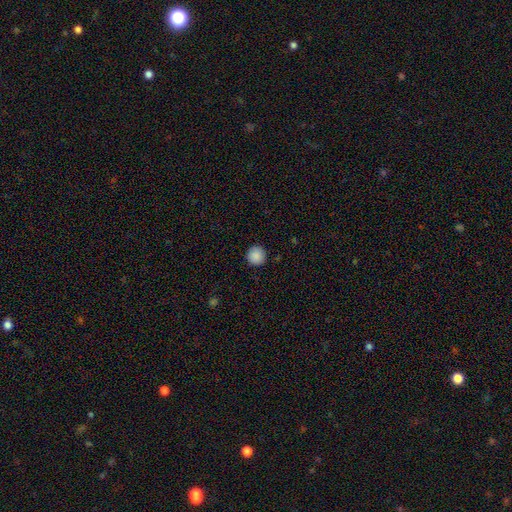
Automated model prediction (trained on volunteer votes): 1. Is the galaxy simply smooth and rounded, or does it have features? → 89% smooth, 9% star or artifact, 3% featured or disk.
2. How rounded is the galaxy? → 95% round, 4% in between, 1% cigar-shaped.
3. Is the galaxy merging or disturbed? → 92% none, 5% minor disturbance, 2% major disturbance, 1% merger.